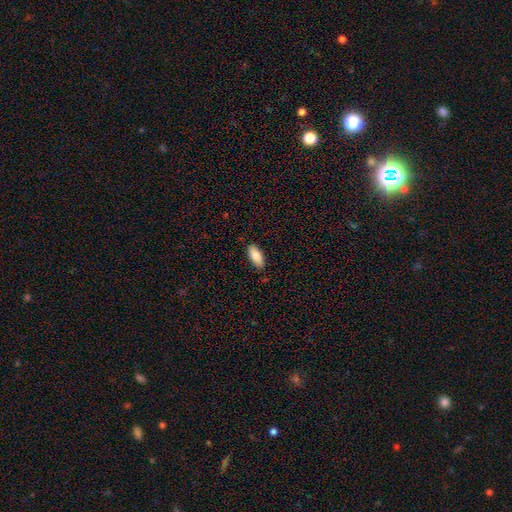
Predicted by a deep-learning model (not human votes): Morphology: type=smooth (87%); roundness=in between (88%); merging=none (86%).